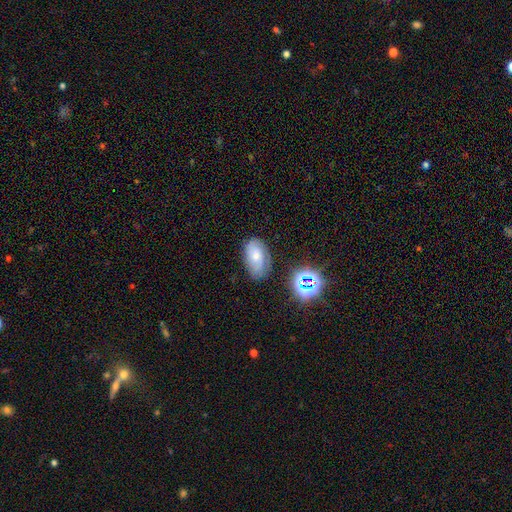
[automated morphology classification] smooth-or-featured: smooth: 47% | featured or disk: 31% | star or artifact: 22%
  merging: none: 71% | minor disturbance: 21% | major disturbance: 5% | merger: 3%